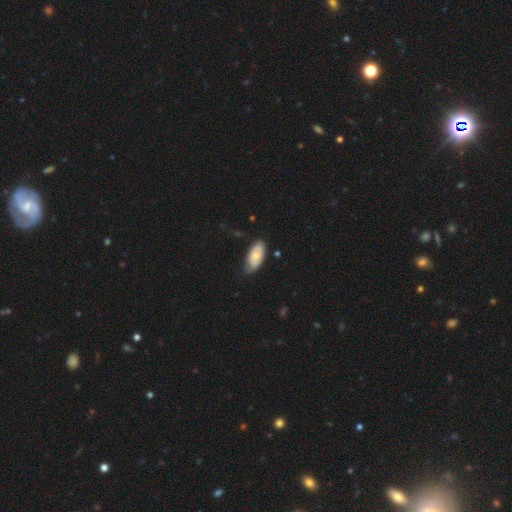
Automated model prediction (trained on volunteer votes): smooth-or-featured: smooth: 63% | featured or disk: 31% | star or artifact: 6%
  how-rounded: in between: 92% | cigar-shaped: 6% | round: 2%
  merging: none: 66% | minor disturbance: 27% | major disturbance: 5% | merger: 2%